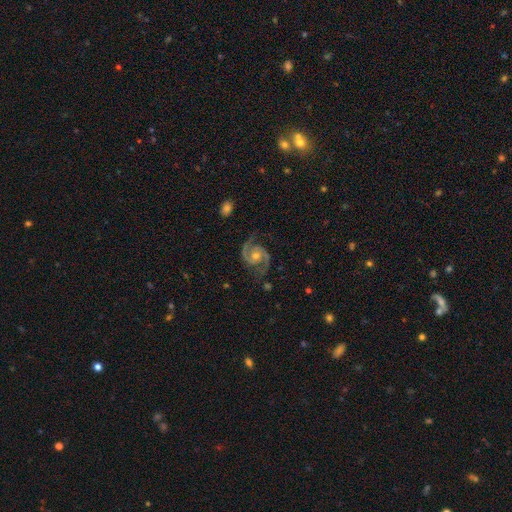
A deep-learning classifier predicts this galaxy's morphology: The model was most divided on "bulge size": moderate: 61%, small: 33%, large: 3%, none: 2%, dominant: 1%. More confident: spiral arms — yes (99%); edge-on disk — no (98%); spiral arm count — 2 (94%); smooth or featured — featured or disk (93%); merging — none (83%); bar — no (64%); spiral winding — medium (62%).